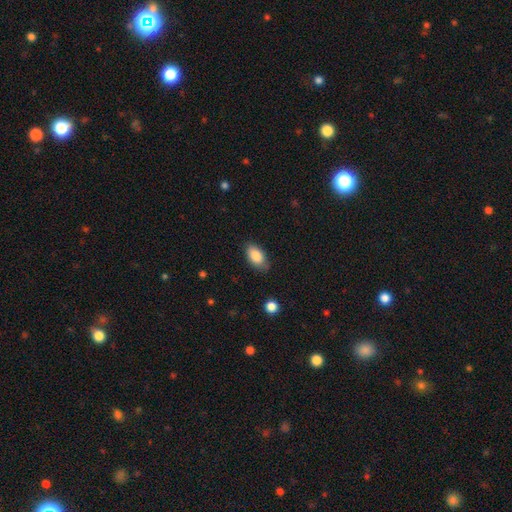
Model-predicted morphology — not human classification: Smooth or featured: smooth — 87% (star or artifact — 7%)
How rounded: in between — 93% (round — 4%)
Merging: none — 81% (minor disturbance — 15%)